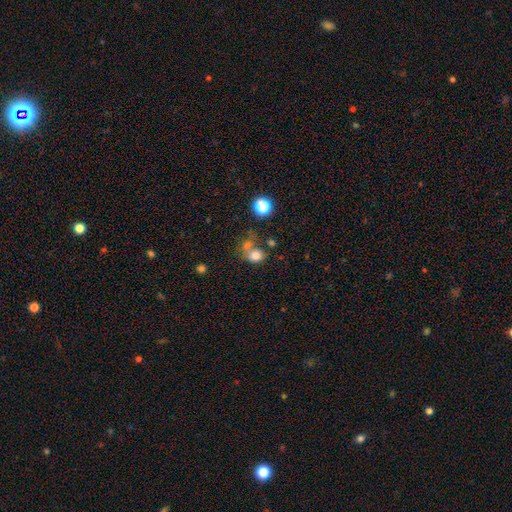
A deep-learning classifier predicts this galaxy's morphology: smooth-or-featured: smooth: 76% | star or artifact: 14% | featured or disk: 10%
  how-rounded: round: 62% | in between: 37% | cigar-shaped: 1%
  merging: none: 45% | merger: 35% | minor disturbance: 13% | major disturbance: 7%